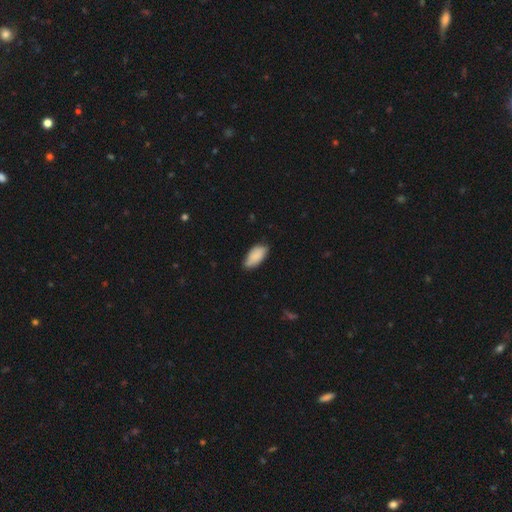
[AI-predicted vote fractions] Smooth or featured? Predicted: smooth (p=0.86). How rounded? Predicted: in between (p=0.91). Merging? Predicted: none (p=0.66).